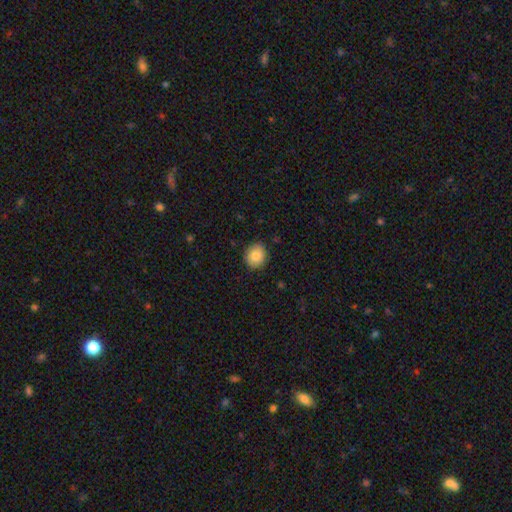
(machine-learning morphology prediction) Smooth or featured: smooth — 82% (featured or disk — 10%)
How rounded: round — 73% (in between — 26%)
Merging: none — 87% (minor disturbance — 10%)